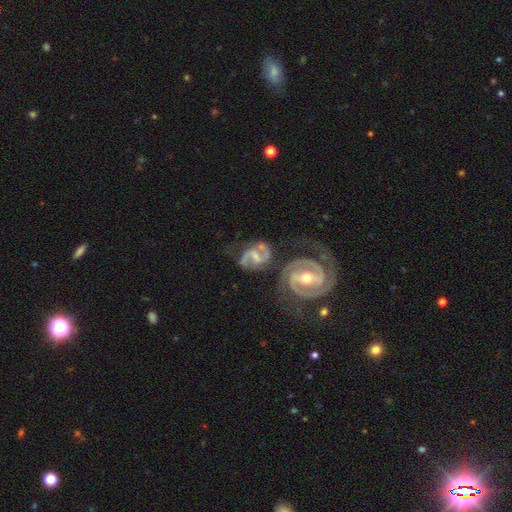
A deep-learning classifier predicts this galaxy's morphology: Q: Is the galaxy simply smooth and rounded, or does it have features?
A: featured or disk — 86%.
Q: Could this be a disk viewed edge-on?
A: no — 97%.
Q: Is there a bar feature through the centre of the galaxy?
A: strong — 44%.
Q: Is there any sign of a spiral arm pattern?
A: yes — 96%.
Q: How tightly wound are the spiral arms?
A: medium — 56%.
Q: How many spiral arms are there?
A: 2 — 91%.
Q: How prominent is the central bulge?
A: moderate — 42%.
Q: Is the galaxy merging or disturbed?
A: none — 52%.